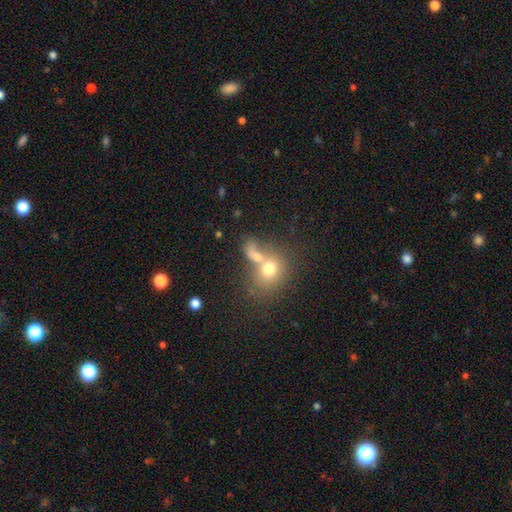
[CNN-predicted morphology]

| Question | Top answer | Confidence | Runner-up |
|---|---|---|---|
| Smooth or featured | smooth | 68% | featured or disk (20%) |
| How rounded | in between | 49% | round (48%) |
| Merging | merger | 65% | none (20%) |